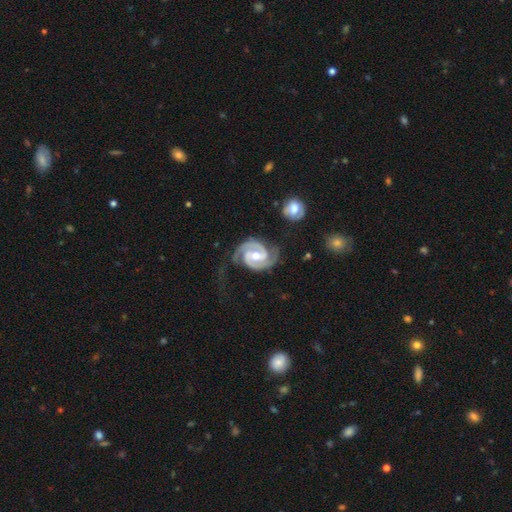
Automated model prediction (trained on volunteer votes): Smooth or featured? featured or disk (93%)
Edge-on disk? no (98%)
Bar? weak (43%)
Spiral arms? yes (98%)
Spiral winding? tight (51%)
Spiral arm count? 2 (92%)
Bulge size? moderate (78%)
Merging? none (65%)